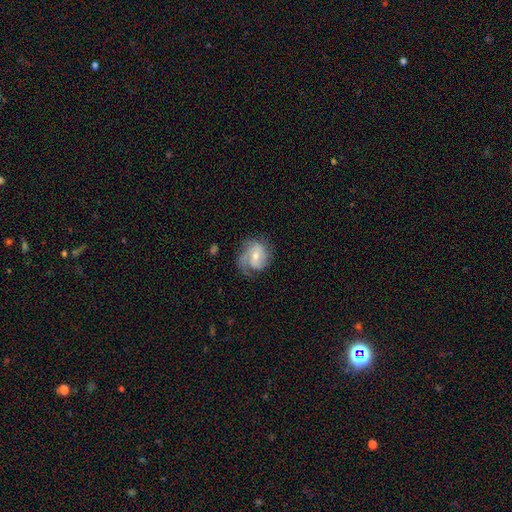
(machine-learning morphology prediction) Smooth or featured?
  - featured or disk: 65% *
  - smooth: 28%
  - star or artifact: 7%
Edge-on disk?
  - no: 97% *
  - yes: 3%
Bar?
  - no: 43% * (tied)
  - weak: 43% * (tied)
  - strong: 14%
Spiral arms?
  - yes: 87% *
  - no: 13%
Spiral winding?
  - medium: 42% *
  - tight: 33%
  - loose: 26%
Spiral arm count?
  - 2: 40% *
  - 1: 29%
  - can't tell: 18%
  - 3: 10%
  - 4: 2%
  - more than 4: 2%
Bulge size?
  - moderate: 49% *
  - small: 44%
  - large: 3%
  - none: 2%
  - dominant: 1%
Merging?
  - none: 52% *
  - minor disturbance: 26%
  - major disturbance: 20%
  - merger: 2%